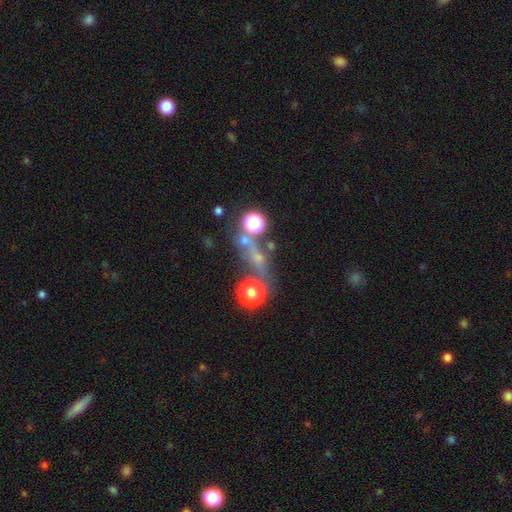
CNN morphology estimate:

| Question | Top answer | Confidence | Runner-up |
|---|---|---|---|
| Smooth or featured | star or artifact | 39% | smooth (31%) |